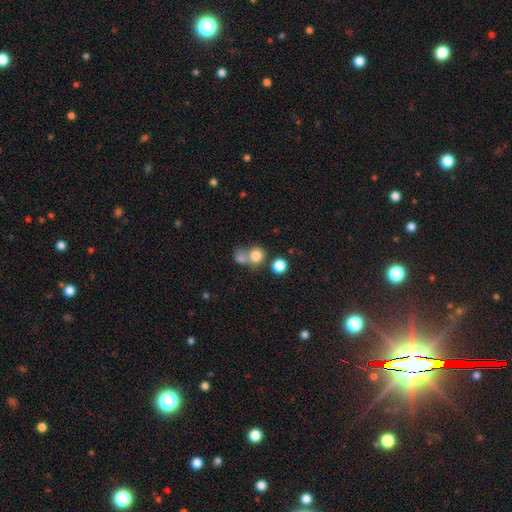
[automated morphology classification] Smooth or featured? Predicted: smooth (p=0.78). How rounded? Predicted: round (p=0.82). Merging? Predicted: merger (p=0.46).